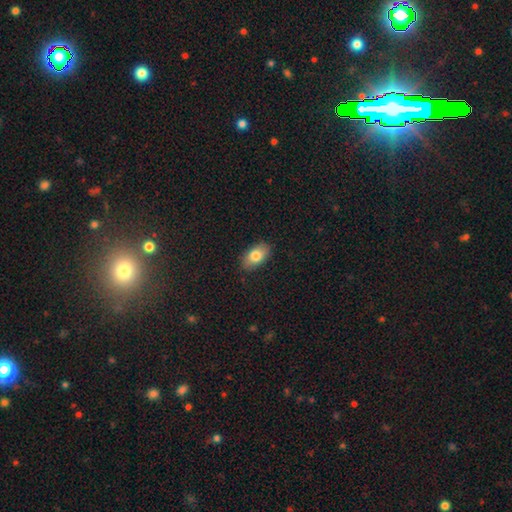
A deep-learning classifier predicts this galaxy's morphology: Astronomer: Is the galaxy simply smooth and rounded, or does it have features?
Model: smooth — 79%.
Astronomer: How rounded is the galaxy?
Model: in between — 92%.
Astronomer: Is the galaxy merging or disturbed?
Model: none — 88%.